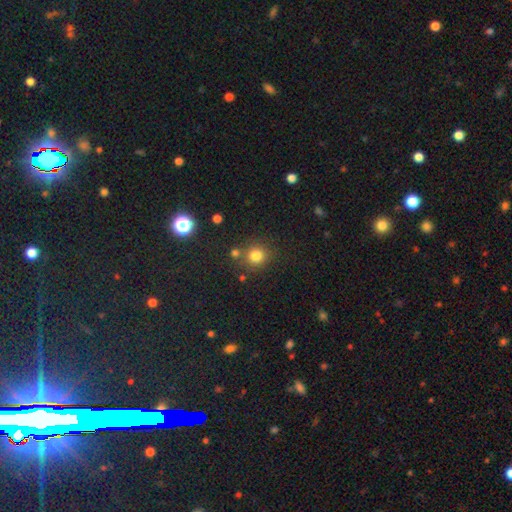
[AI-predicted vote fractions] smooth-or-featured: smooth: 79% | star or artifact: 15% | featured or disk: 6%
  how-rounded: round: 89% | in between: 10% | cigar-shaped: 1%
  merging: none: 75% | merger: 12% | minor disturbance: 10% | major disturbance: 4%